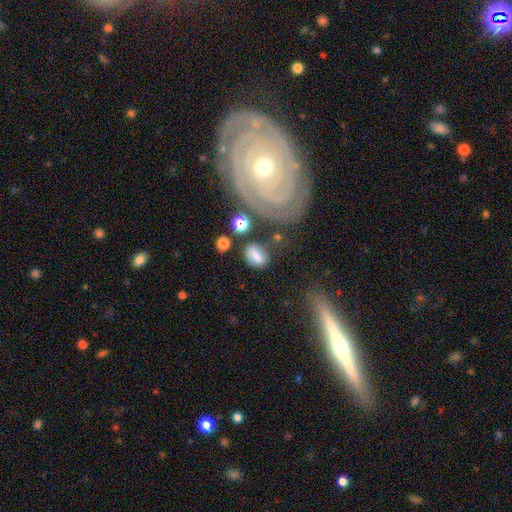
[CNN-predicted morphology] Smooth or featured?
  - smooth: 71% *
  - featured or disk: 19%
  - star or artifact: 10%
How rounded?
  - in between: 77% *
  - round: 20%
  - cigar-shaped: 3%
Merging?
  - none: 58% *
  - minor disturbance: 21%
  - major disturbance: 11%
  - merger: 11%